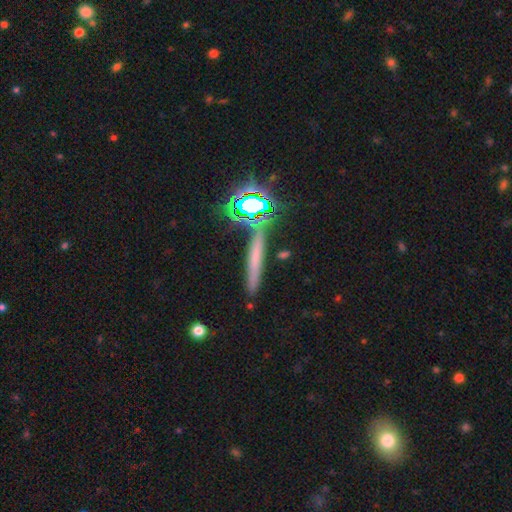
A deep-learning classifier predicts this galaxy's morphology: smooth-or-featured: smooth: 42% | star or artifact: 32% | featured or disk: 26%
  merging: none: 80% | minor disturbance: 9% | merger: 7% | major disturbance: 3%